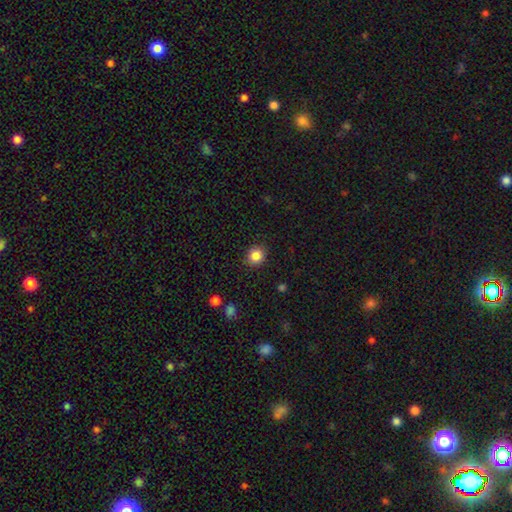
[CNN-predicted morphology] smooth-or-featured: smooth: 85% | star or artifact: 10% | featured or disk: 5%
  how-rounded: round: 82% | in between: 17% | cigar-shaped: 1%
  merging: none: 89% | minor disturbance: 8% | major disturbance: 2% | merger: 1%